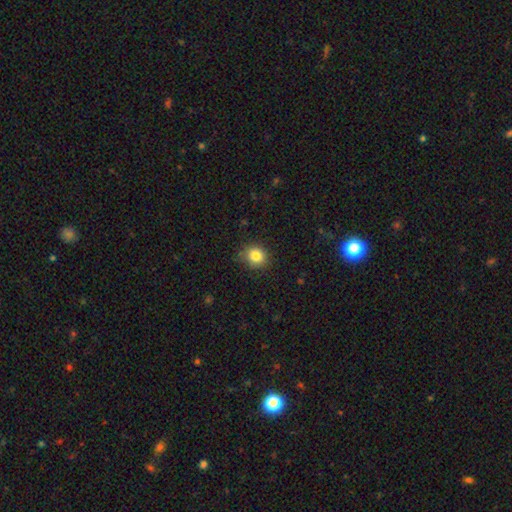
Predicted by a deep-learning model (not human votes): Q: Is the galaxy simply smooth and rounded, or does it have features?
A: smooth — 83%.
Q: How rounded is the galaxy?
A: round — 79%.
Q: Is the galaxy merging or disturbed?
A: none — 79%.